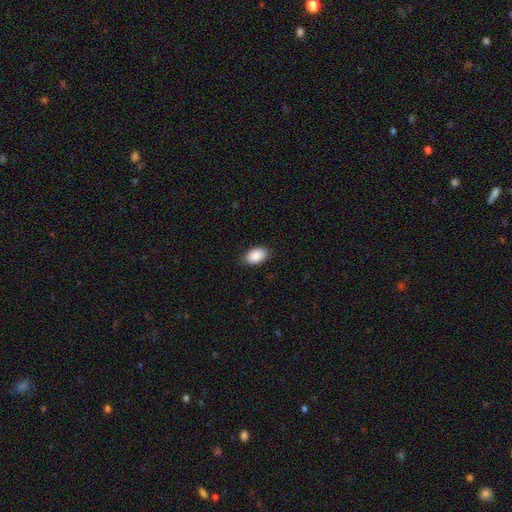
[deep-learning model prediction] Smooth or featured? Predicted: smooth (p=0.90). How rounded? Predicted: in between (p=0.94). Merging? Predicted: none (p=0.87).